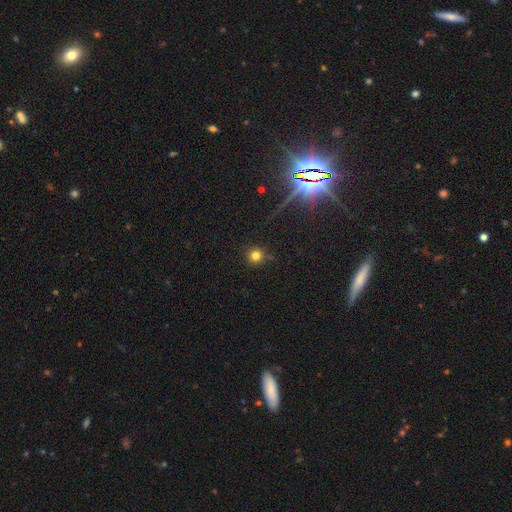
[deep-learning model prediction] smooth 78%, star or artifact 16%, featured or disk 6%. Down the decision tree: how rounded — round (94%); merging — none (87%).